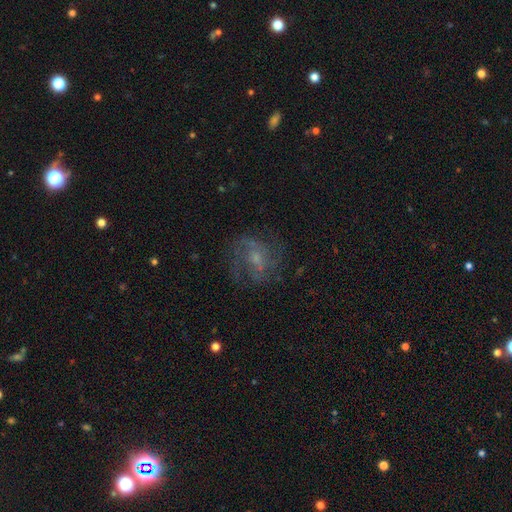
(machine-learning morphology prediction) A featured or disk galaxy (69%) with no bar (52%), 2 (31%) medium (50%) spiral arms (86%) and a small central bulge (50%).

Vote fractions:
- Smooth or featured? featured or disk: 69% / smooth: 18% / star or artifact: 13%
- Edge-on disk? no: 97% / yes: 3%
- Bar? no: 52% / weak: 40% / strong: 7%
- Spiral arms? yes: 86% / no: 14%
- Spiral winding? medium: 50% / tight: 27% / loose: 24%
- Spiral arm count? 2: 31% / can't tell: 30% / 3: 22% / 4: 7% / 1: 6% / more than 4: 5%
- Bulge size? small: 50% / moderate: 32% / none: 13% / large: 3% / dominant: 1%
- Merging? none: 67% / minor disturbance: 17% / major disturbance: 15% / merger: 1%